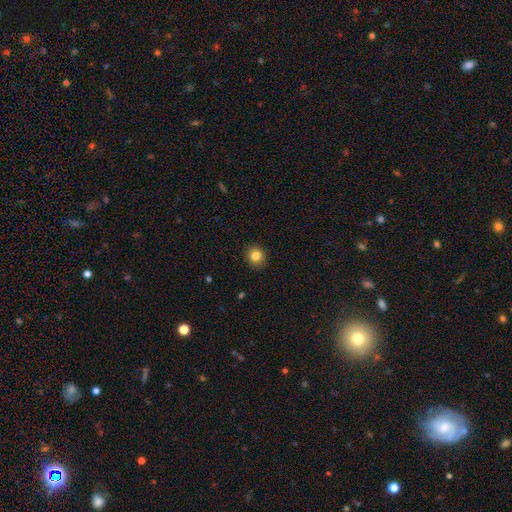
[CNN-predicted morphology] Smooth or featured?
  - smooth: 83% *
  - star or artifact: 11%
  - featured or disk: 6%
How rounded?
  - round: 87% *
  - in between: 12%
  - cigar-shaped: 1%
Merging?
  - none: 91% *
  - minor disturbance: 6%
  - major disturbance: 2%
  - merger: 1%